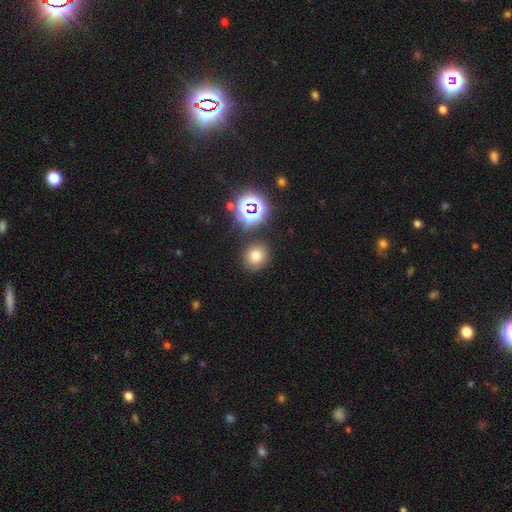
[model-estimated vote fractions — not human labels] Smooth or featured?
  - smooth: 71% *
  - star or artifact: 21%
  - featured or disk: 8%
How rounded?
  - round: 85% *
  - in between: 14%
  - cigar-shaped: 1%
Merging?
  - none: 85% *
  - minor disturbance: 7%
  - merger: 5%
  - major disturbance: 3%